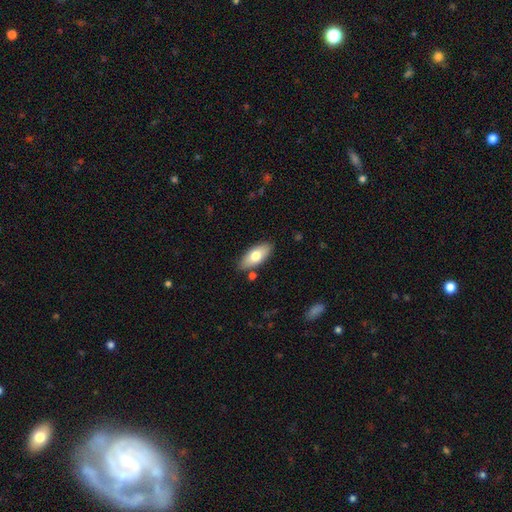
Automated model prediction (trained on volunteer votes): Smooth or featured: smooth — 72% (featured or disk — 22%)
How rounded: in between — 87% (cigar-shaped — 11%)
Merging: none — 84% (minor disturbance — 11%)